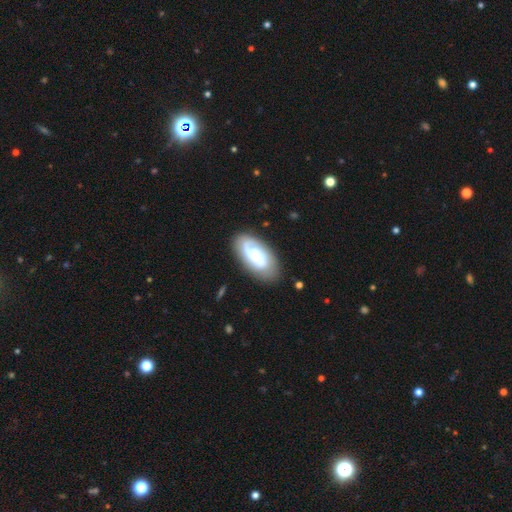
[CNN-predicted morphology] The model was most divided on "spiral winding": tight: 49%, medium: 36%, loose: 15%. Remaining: edge-on disk — no (95%); spiral arms — yes (91%); merging — none (76%); smooth or featured — featured or disk (68%); bar — no (65%); bulge size — small (50%); spiral arm count — 2 (45%).